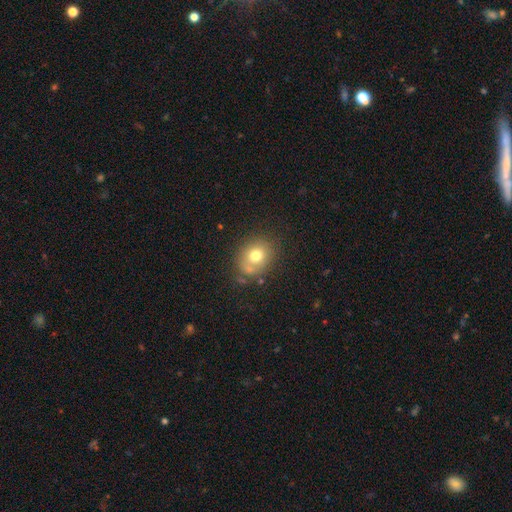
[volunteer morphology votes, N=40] A smooth galaxy with no disk features (78%) that is round (61%).

Vote fractions:
- Smooth or featured? smooth: 78% / star or artifact: 12% / featured or disk: 10%
- How rounded? round: 61% / in between: 39% / cigar-shaped: 0%
- Merging? none: 57% / minor disturbance: 20% / major disturbance: 11% / merger: 11%